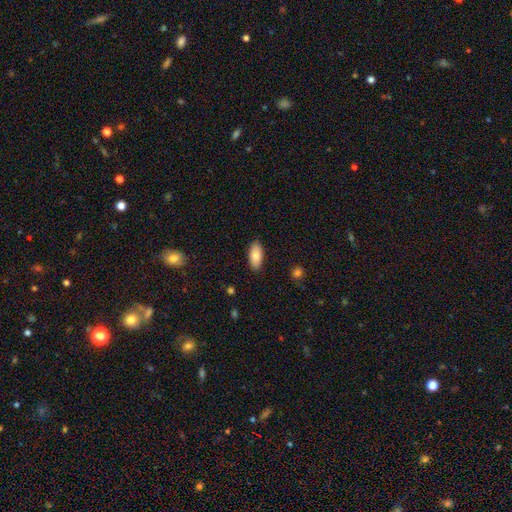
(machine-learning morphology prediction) smooth_or_featured: smooth (p=0.83) [alt: featured or disk p=0.11]
how_rounded: in between (p=0.90) [alt: cigar-shaped p=0.08]
merging: none (p=0.88) [alt: minor disturbance p=0.09]